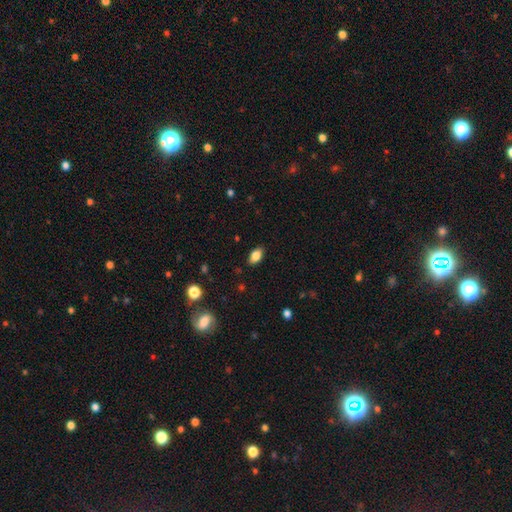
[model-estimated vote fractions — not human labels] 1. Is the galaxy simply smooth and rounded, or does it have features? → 83% smooth, 9% star or artifact, 8% featured or disk.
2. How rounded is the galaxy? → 89% in between, 7% round, 3% cigar-shaped.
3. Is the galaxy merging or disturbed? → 87% none, 10% minor disturbance, 2% major disturbance, 1% merger.